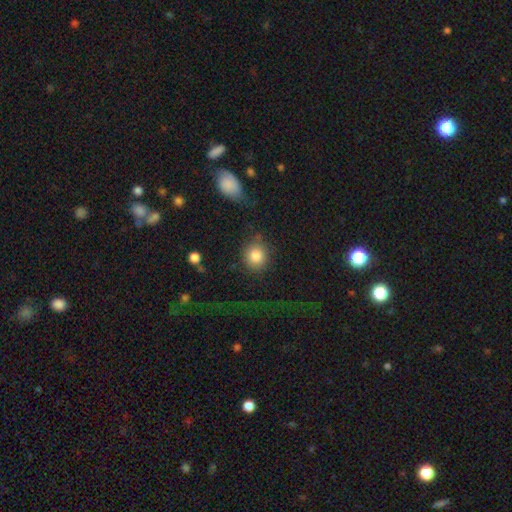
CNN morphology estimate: Overall: smooth (84%). How rounded: round (84%). Merging: none (78%).